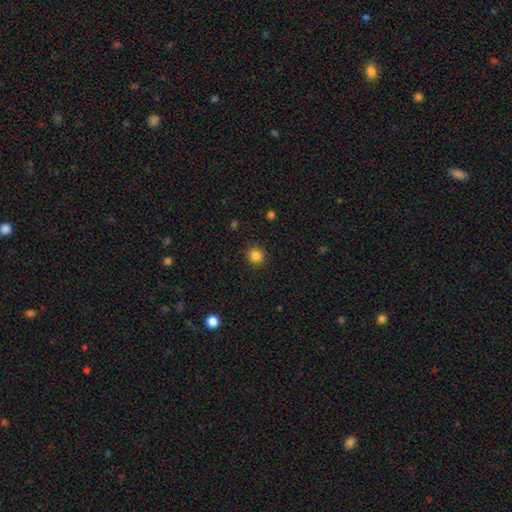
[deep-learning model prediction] This appears to be a smooth galaxy with no disk features (85%) that is round (92%). Merging: none (90%).